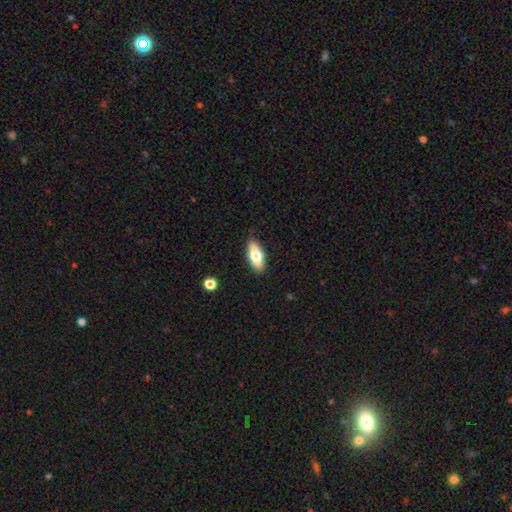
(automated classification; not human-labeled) smooth 70%, featured or disk 24%, star or artifact 6%. Down the decision tree: how rounded — in between (77%); merging — none (88%).